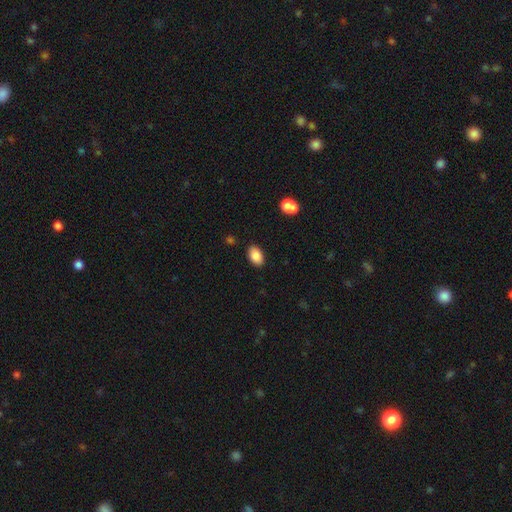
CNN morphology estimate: A smooth galaxy with no disk features (87%) that is in between round and cigar-shaped (90%). Merging: none (88%).